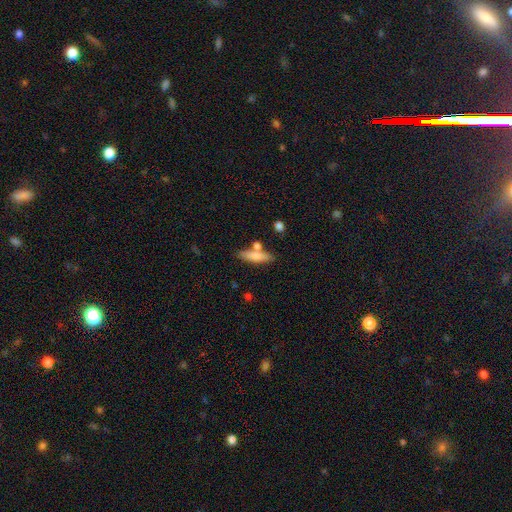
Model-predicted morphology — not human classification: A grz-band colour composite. It shows a smooth galaxy with no disk features (72%) that is cigar-shaped (66%). Merging: none (67%).